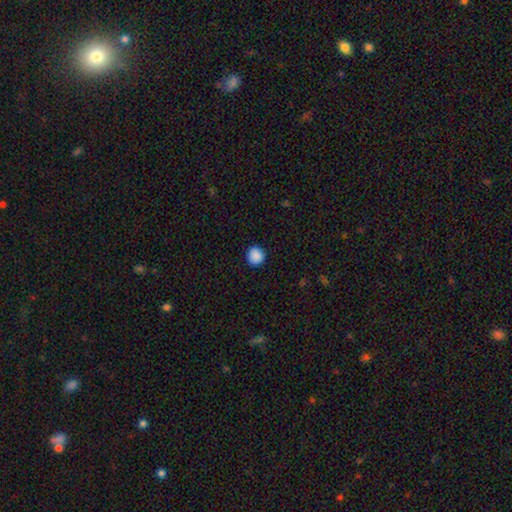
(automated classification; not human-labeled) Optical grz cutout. It shows a smooth galaxy with no disk features (89%) that is round (91%). Merging: none (90%).